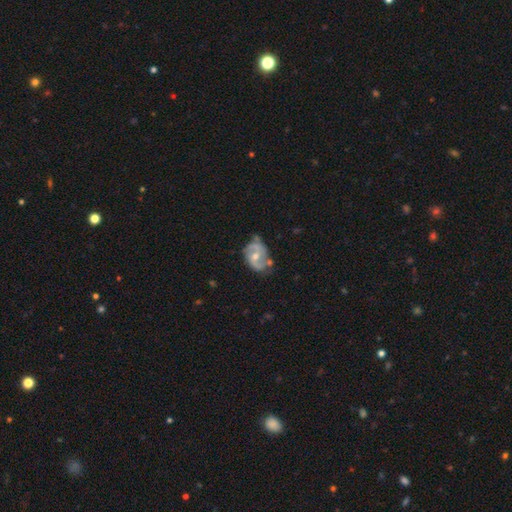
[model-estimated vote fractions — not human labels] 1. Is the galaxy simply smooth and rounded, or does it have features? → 77% featured or disk, 17% smooth, 6% star or artifact.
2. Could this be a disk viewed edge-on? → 97% no, 3% yes.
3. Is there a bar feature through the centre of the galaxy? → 43% weak, 42% no, 14% strong.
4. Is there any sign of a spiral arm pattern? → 87% yes, 13% no.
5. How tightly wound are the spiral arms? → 47% medium, 32% loose, 21% tight.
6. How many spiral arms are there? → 83% 2, 8% can't tell, 4% 1, 2% 3, 1% 4, 1% more than 4.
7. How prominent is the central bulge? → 60% moderate, 36% small, 2% large, 1% none, 1% dominant.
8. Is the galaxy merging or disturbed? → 56% none, 28% minor disturbance, 10% major disturbance, 6% merger.